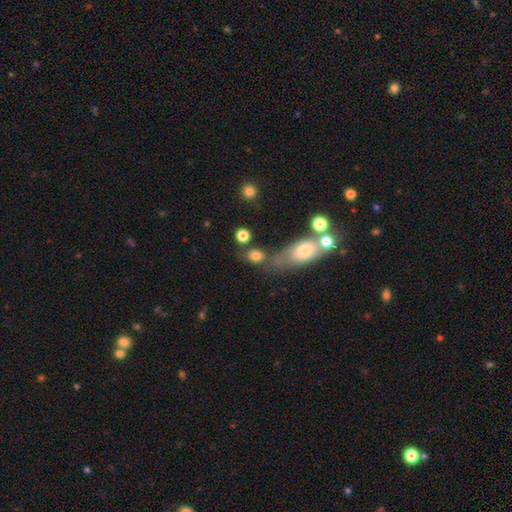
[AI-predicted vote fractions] smooth 80%, star or artifact 10%, featured or disk 10%. Down the decision tree: how rounded — round (59%); merging — none (57%).